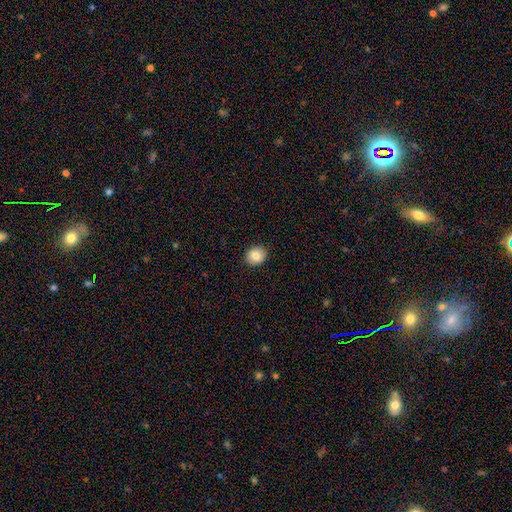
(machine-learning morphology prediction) The model was most divided on "how rounded": round: 67%, in between: 32%, cigar-shaped: 1%. More confident: merging — none (91%); smooth or featured — smooth (84%).